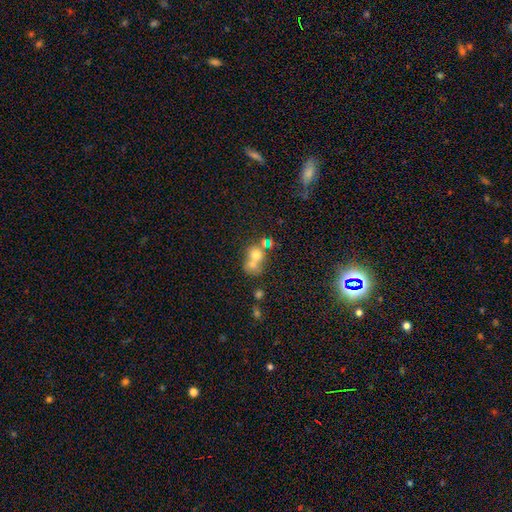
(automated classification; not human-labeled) This is likely a smooth galaxy (66%). How rounded: likely round (72%). Merging: likely merger (62%).